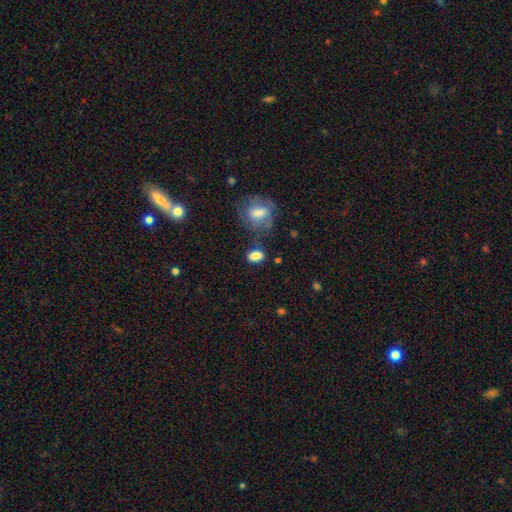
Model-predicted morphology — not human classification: This is clearly a smooth galaxy (85%). How rounded: clearly in between (87%). Merging: likely none (69%).